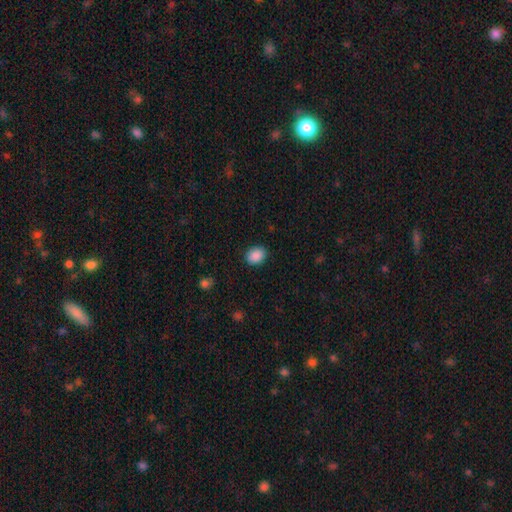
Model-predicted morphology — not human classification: Smooth or featured? Predicted: smooth (p=0.90). How rounded? Predicted: in between (p=0.63). Merging? Predicted: none (p=0.88).